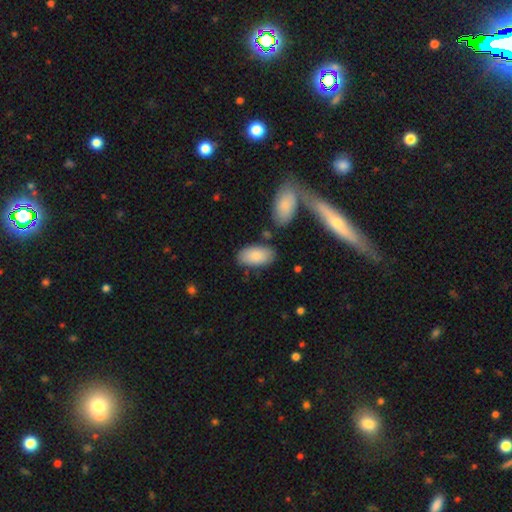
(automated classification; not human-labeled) A smooth galaxy with no disk features (86%) that is in between round and cigar-shaped (95%).

Vote fractions:
- Smooth or featured? smooth: 86% / featured or disk: 9% / star or artifact: 6%
- How rounded? in between: 95% / cigar-shaped: 3% / round: 2%
- Merging? none: 76% / minor disturbance: 14% / merger: 7% / major disturbance: 4%